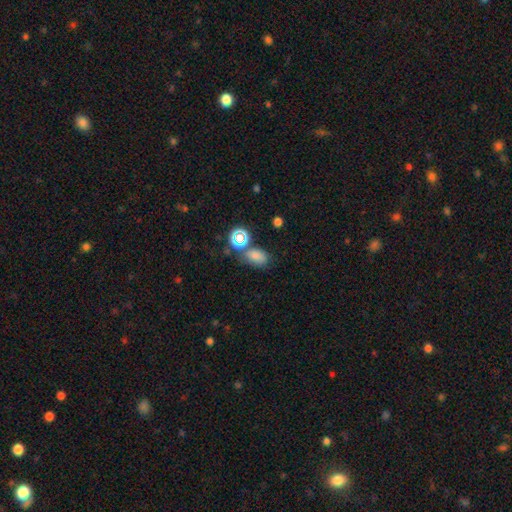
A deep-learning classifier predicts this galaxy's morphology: This appears to be a smooth galaxy with no disk features (69%) that is in between round and cigar-shaped (78%). Merging: none (62%).